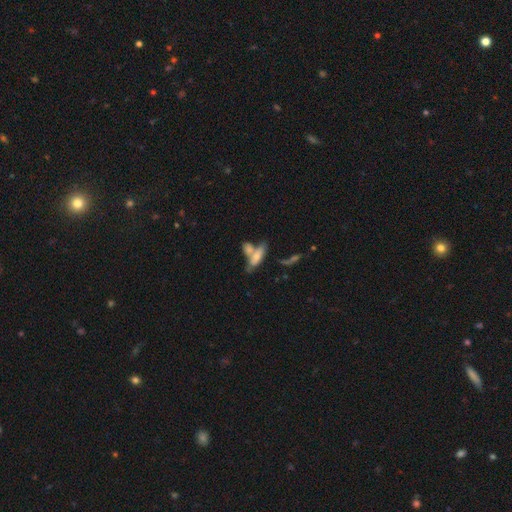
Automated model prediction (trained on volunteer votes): smooth 57%, featured or disk 32%, star or artifact 11%. Down the decision tree: how rounded — in between (61%); merging — merger (47%).